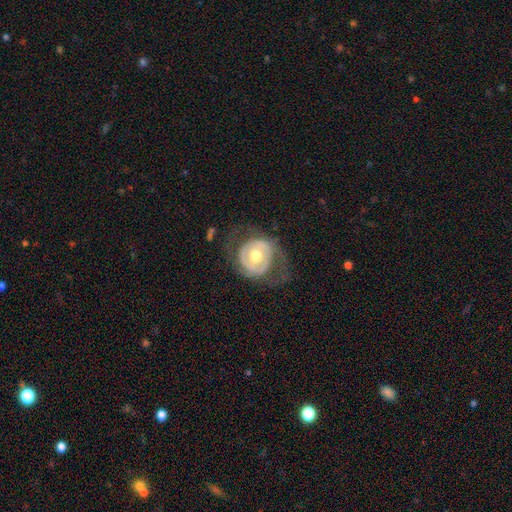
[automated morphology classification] The model was most divided on "spiral arms": no: 52%, yes: 48%. More confident: edge-on disk — no (96%); bulge size — moderate (75%); smooth or featured — featured or disk (66%); bar — no (65%); merging — none (57%).